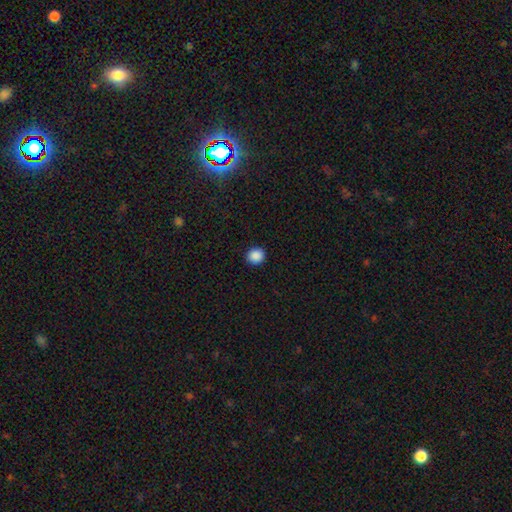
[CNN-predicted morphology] Smooth or featured: smooth — 89% (star or artifact — 9%)
How rounded: round — 88% (in between — 11%)
Merging: none — 92% (minor disturbance — 5%)